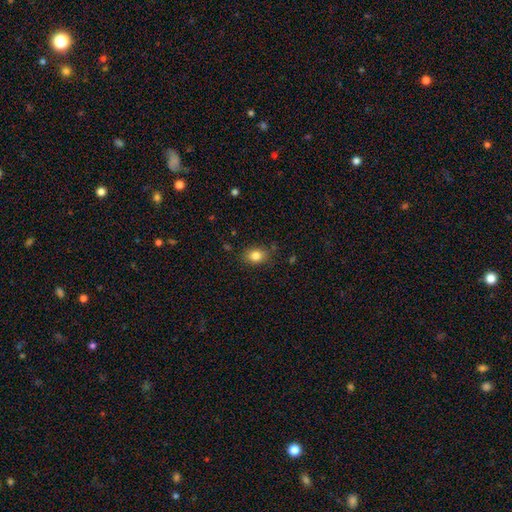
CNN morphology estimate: Smooth or featured? Predicted: smooth (p=0.83). How rounded? Predicted: in between (p=0.61). Merging? Predicted: none (p=0.82).